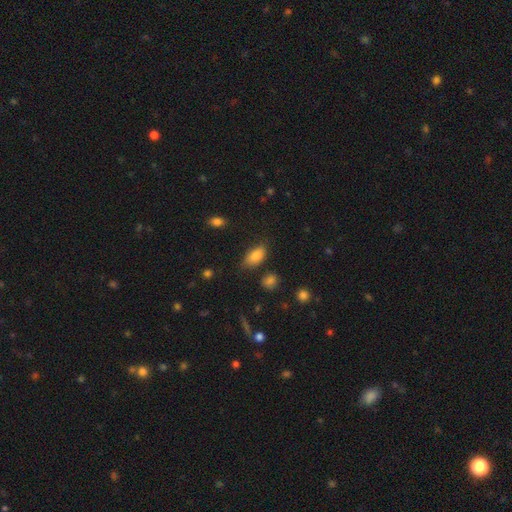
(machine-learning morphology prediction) Smooth or featured?
  - smooth: 83% *
  - featured or disk: 9%
  - star or artifact: 8%
How rounded?
  - in between: 91% *
  - cigar-shaped: 5%
  - round: 4%
Merging?
  - none: 73% *
  - minor disturbance: 20%
  - major disturbance: 4%
  - merger: 3%